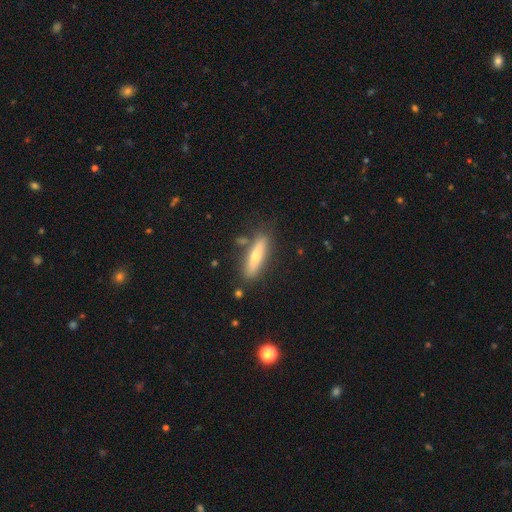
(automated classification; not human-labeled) This is likely a smooth galaxy (61%). How rounded: likely cigar-shaped (73%). Merging: likely none (78%).